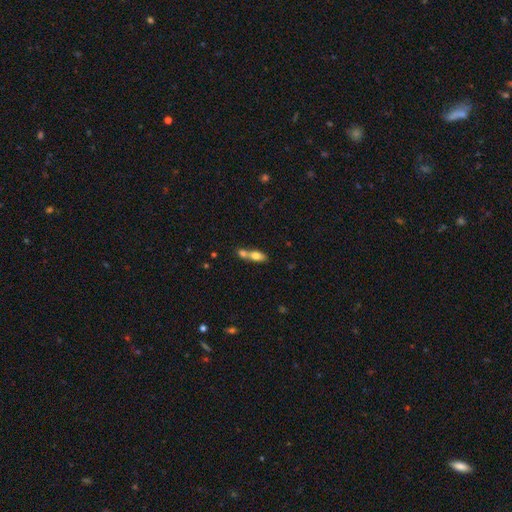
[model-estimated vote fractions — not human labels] This appears to be a smooth galaxy with no disk features (70%) that is in between round and cigar-shaped (72%). Merging: merger (65%).